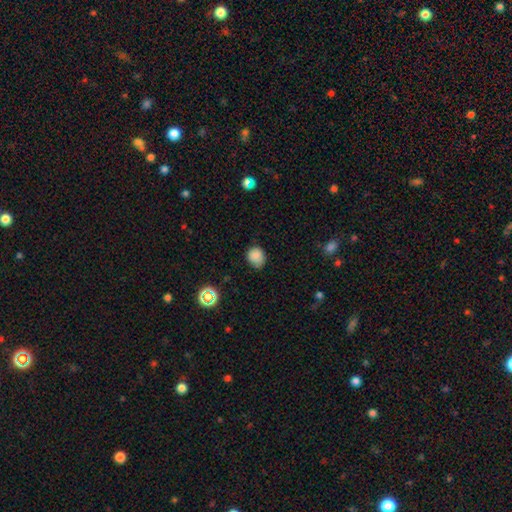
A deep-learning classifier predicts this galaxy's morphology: type=smooth (83%); roundness=round (72%); merging=none (64%).